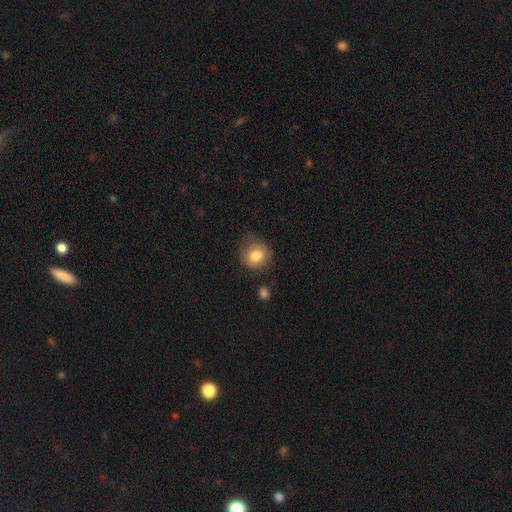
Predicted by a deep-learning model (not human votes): Smooth or featured?
  - smooth: 81% *
  - featured or disk: 11%
  - star or artifact: 8%
How rounded?
  - round: 79% *
  - in between: 20%
  - cigar-shaped: 1%
Merging?
  - none: 67% *
  - minor disturbance: 22%
  - major disturbance: 8%
  - merger: 3%